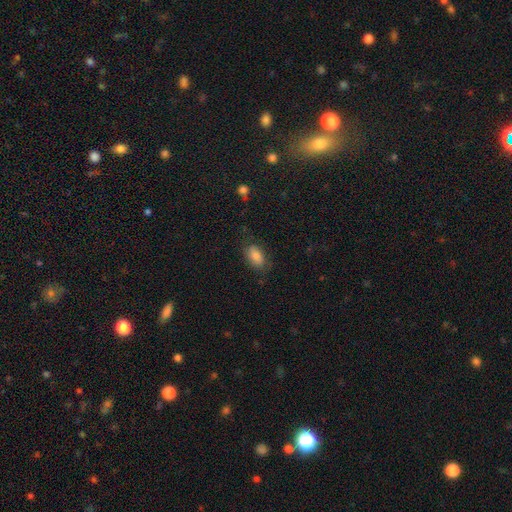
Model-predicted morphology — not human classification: A smooth galaxy with no disk features (85%) that is in between round and cigar-shaped (91%).

Vote fractions:
- Smooth or featured? smooth: 85% / star or artifact: 8% / featured or disk: 8%
- How rounded? in between: 91% / round: 6% / cigar-shaped: 3%
- Merging? none: 76% / minor disturbance: 17% / major disturbance: 5% / merger: 1%